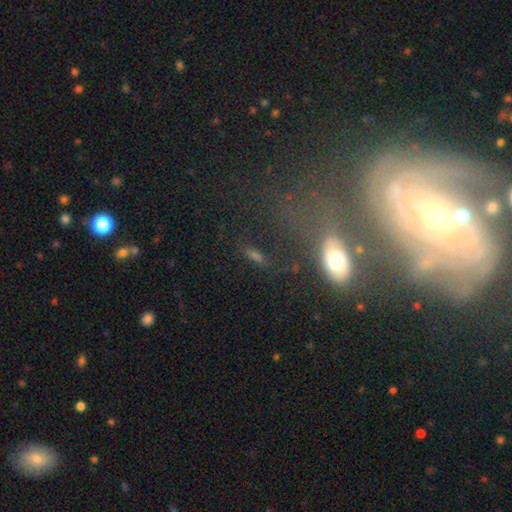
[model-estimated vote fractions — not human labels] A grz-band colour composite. It shows a smooth galaxy with no disk features (60%) that is in between round and cigar-shaped (59%). Merging: none (66%).